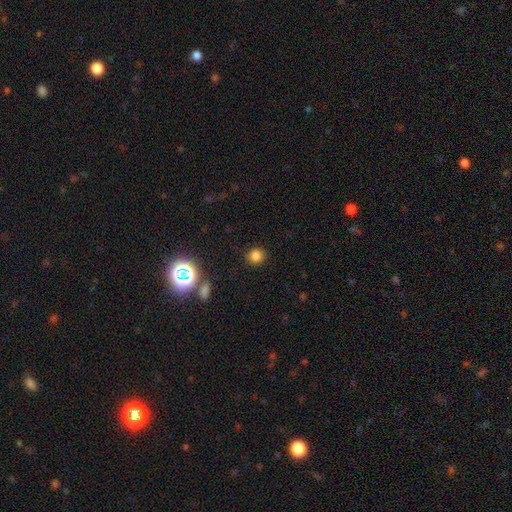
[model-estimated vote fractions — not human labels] Smooth or featured? Predicted: smooth (p=0.81). How rounded? Predicted: round (p=0.90). Merging? Predicted: none (p=0.89).